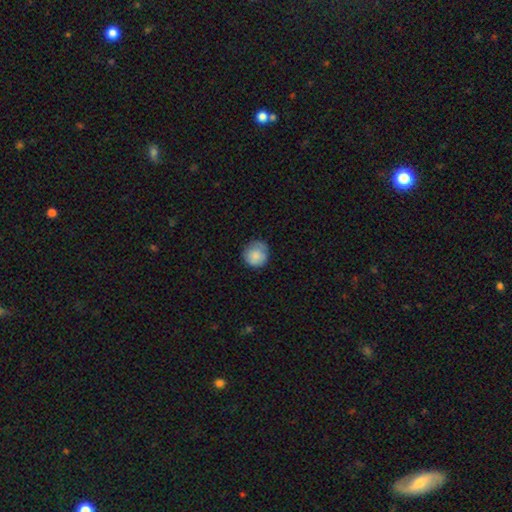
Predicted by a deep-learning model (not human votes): Q: Smooth or featured?
A: smooth (83%); runner-up: featured or disk (10%)
Q: How rounded?
A: round (91%); runner-up: in between (8%)
Q: Merging?
A: none (73%); runner-up: minor disturbance (21%)